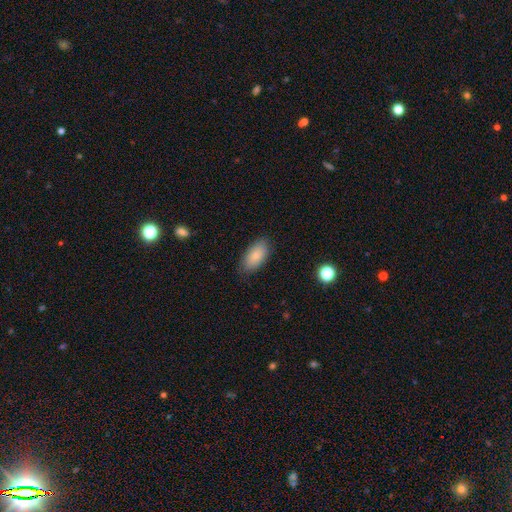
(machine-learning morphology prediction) type=smooth (84%); roundness=in between (93%); merging=none (84%).